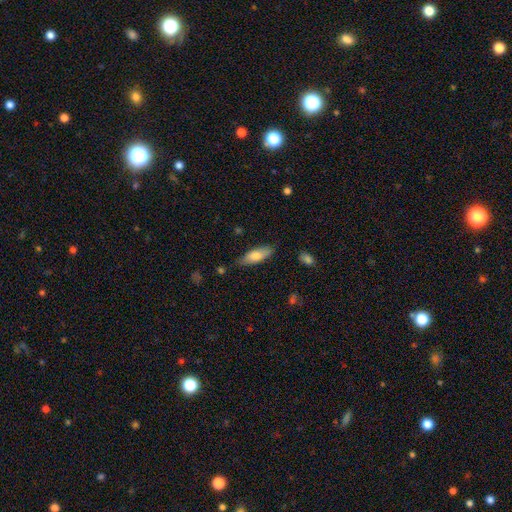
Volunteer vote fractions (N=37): Volunteers were most divided on "how rounded": in between: 57%, cigar-shaped: 43%, round: 0%. More confident: smooth or featured — smooth (81%); merging — none (78%).